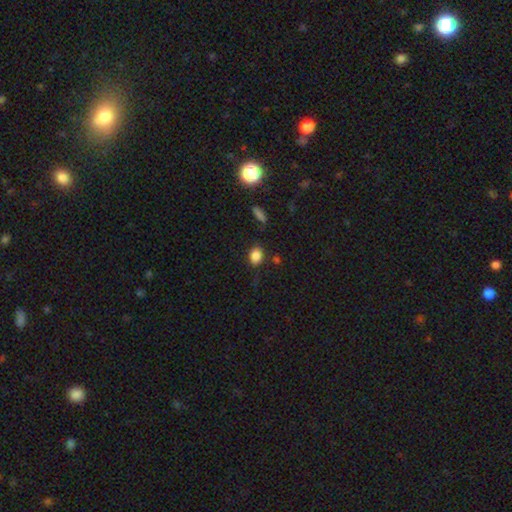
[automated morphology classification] A smooth galaxy with no disk features (84%) that is in between round and cigar-shaped (57%). Merging: none (78%).